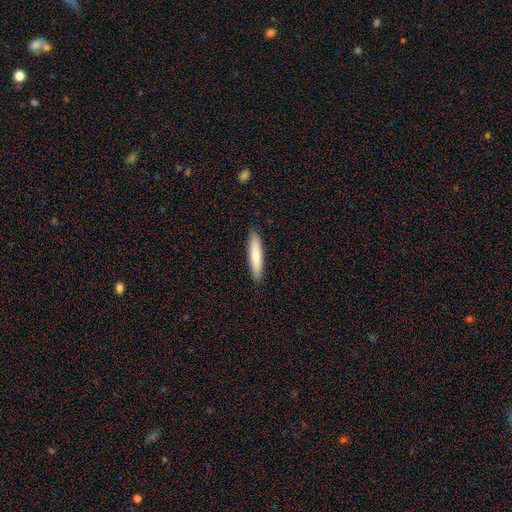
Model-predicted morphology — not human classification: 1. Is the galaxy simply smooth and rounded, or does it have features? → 79% smooth, 16% featured or disk, 5% star or artifact.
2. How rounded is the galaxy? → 87% cigar-shaped, 12% in between, 1% round.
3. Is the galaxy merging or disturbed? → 90% none, 8% minor disturbance, 1% major disturbance, 1% merger.